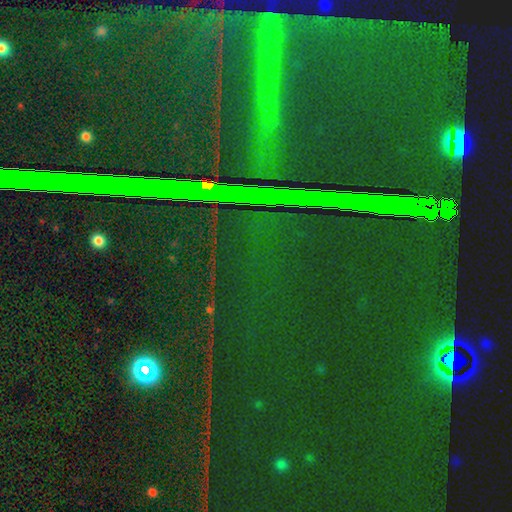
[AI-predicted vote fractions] smooth_or_featured: star or artifact (p=0.88) [alt: featured or disk p=0.06]